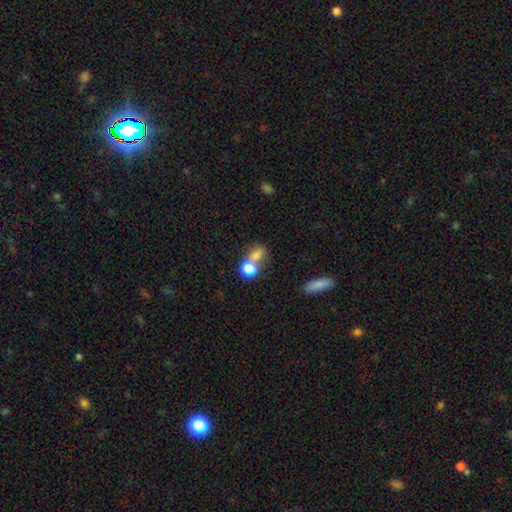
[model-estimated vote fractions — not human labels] Q: Smooth or featured?
A: smooth (74%); runner-up: star or artifact (14%)
Q: How rounded?
A: round (57%); runner-up: in between (40%)
Q: Merging?
A: merger (53%); runner-up: none (33%)